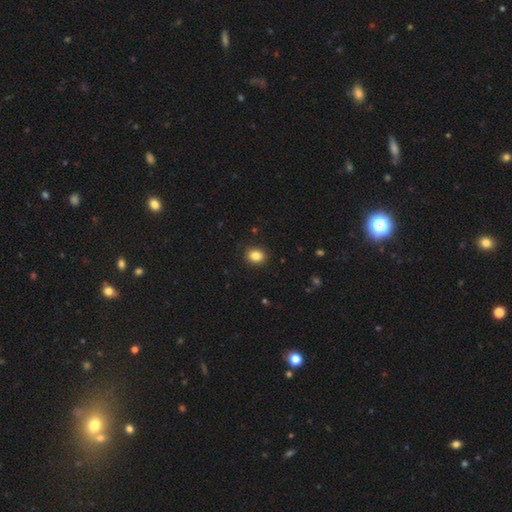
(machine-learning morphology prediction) The model was most divided on "how rounded": round: 54%, in between: 45%, cigar-shaped: 1%. More confident: merging — none (91%); smooth or featured — smooth (85%).